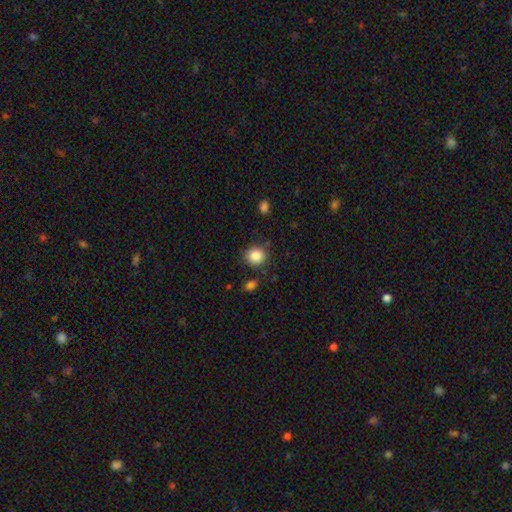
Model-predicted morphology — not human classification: smooth-or-featured: smooth: 86% | star or artifact: 9% | featured or disk: 5%
  how-rounded: round: 82% | in between: 17% | cigar-shaped: 1%
  merging: none: 81% | minor disturbance: 11% | merger: 4% | major disturbance: 3%